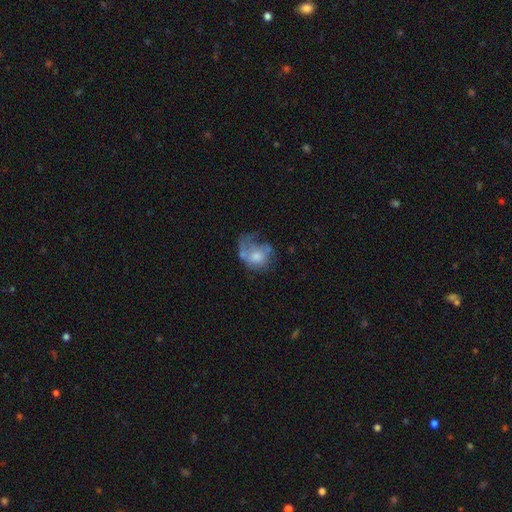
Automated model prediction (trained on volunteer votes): smooth-or-featured: smooth: 48% | featured or disk: 42% | star or artifact: 9%
  merging: major disturbance: 46% | none: 25% | minor disturbance: 21% | merger: 8%